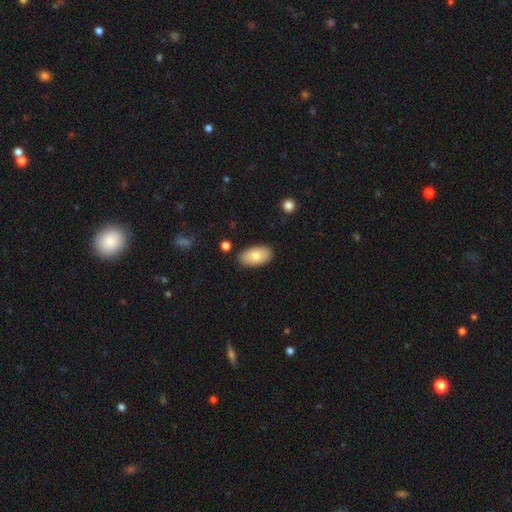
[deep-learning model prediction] smooth_or_featured: smooth (p=0.79) [alt: featured or disk p=0.15]
how_rounded: in between (p=0.95) [alt: round p=0.03]
merging: none (p=0.85) [alt: minor disturbance p=0.11]